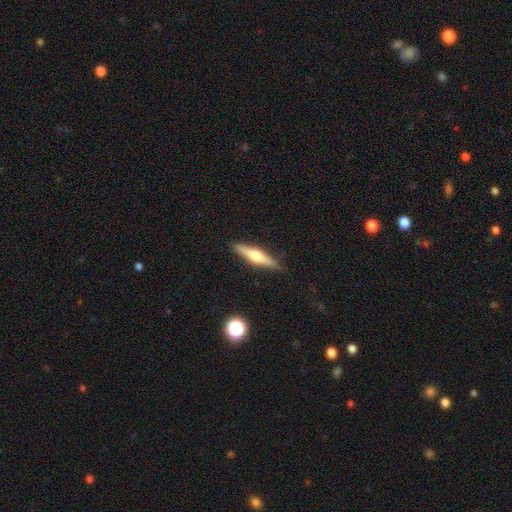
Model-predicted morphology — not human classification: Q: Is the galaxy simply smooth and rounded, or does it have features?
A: featured or disk — 51%.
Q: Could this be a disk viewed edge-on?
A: yes — 95%.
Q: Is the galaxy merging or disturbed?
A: none — 89%.